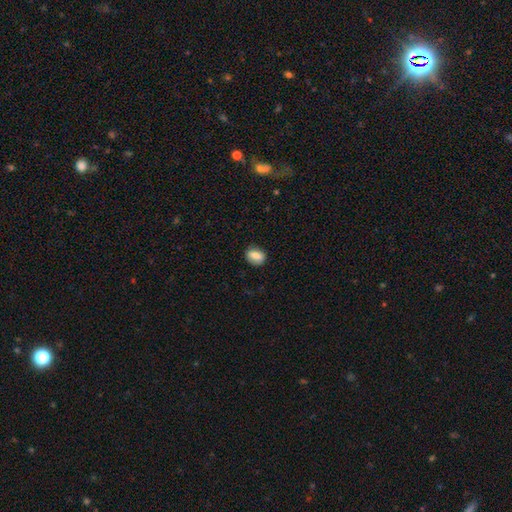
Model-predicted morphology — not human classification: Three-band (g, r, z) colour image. It shows a smooth galaxy with no disk features (80%) that is in between round and cigar-shaped (72%). Merging: none (85%).